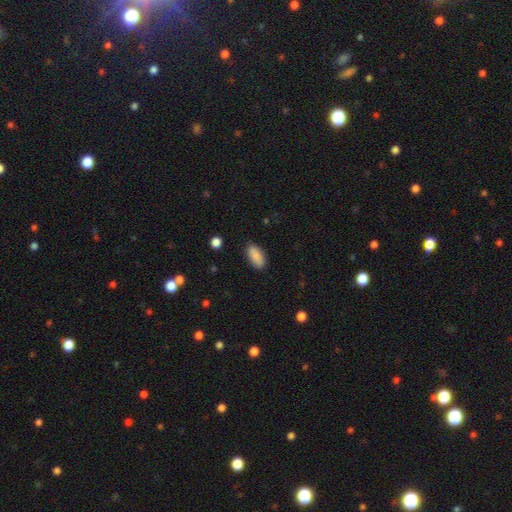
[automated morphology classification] Smooth or featured? smooth (88%)
How rounded? in between (90%)
Merging? none (86%)